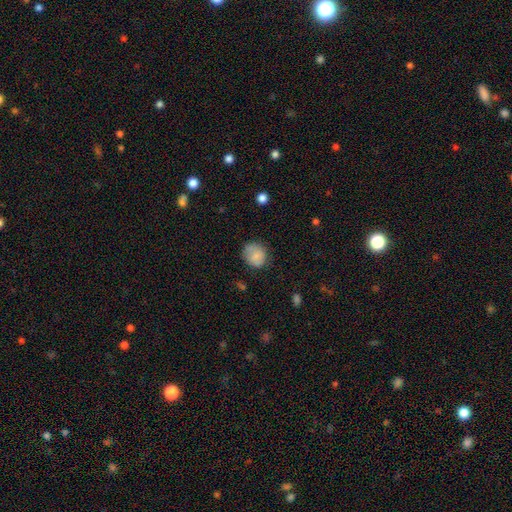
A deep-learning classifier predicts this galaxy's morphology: A smooth galaxy with no disk features (81%) that is round (73%).

Vote fractions:
- Smooth or featured? smooth: 81% / featured or disk: 10% / star or artifact: 8%
- How rounded? round: 73% / in between: 26% / cigar-shaped: 1%
- Merging? none: 72% / minor disturbance: 21% / major disturbance: 5% / merger: 2%